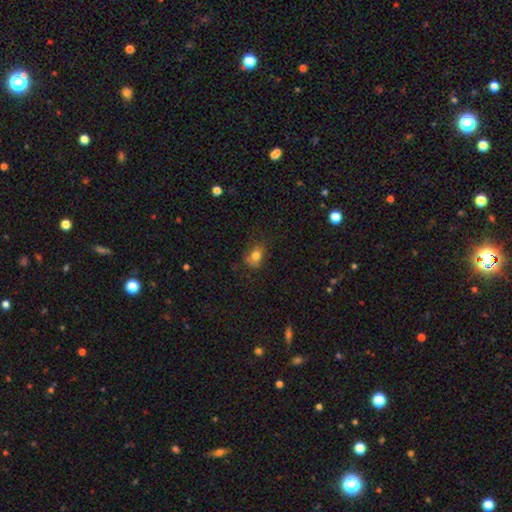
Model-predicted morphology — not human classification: smooth 78%, star or artifact 12%, featured or disk 10%. Down the decision tree: how rounded — in between (53%); merging — none (61%).